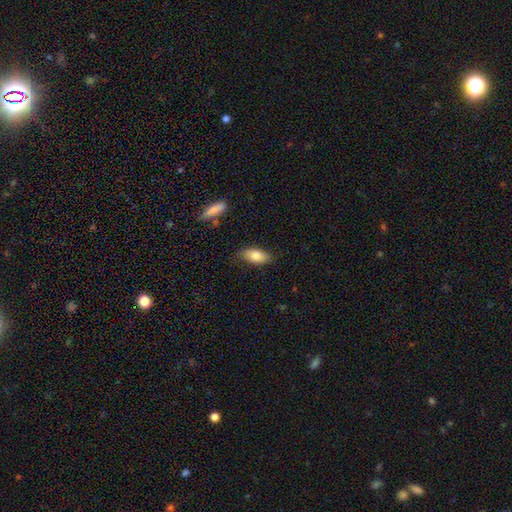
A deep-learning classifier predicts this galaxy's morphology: A smooth galaxy with no disk features (81%) that is in between round and cigar-shaped (87%). Merging: none (78%).